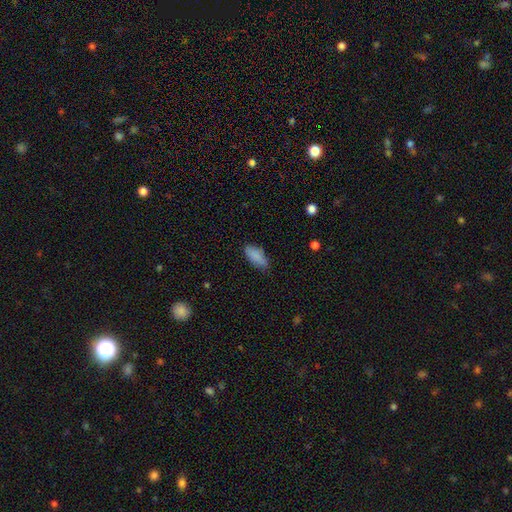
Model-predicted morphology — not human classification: Smooth or featured? Predicted: smooth (p=0.86). How rounded? Predicted: in between (p=0.84). Merging? Predicted: none (p=0.75).